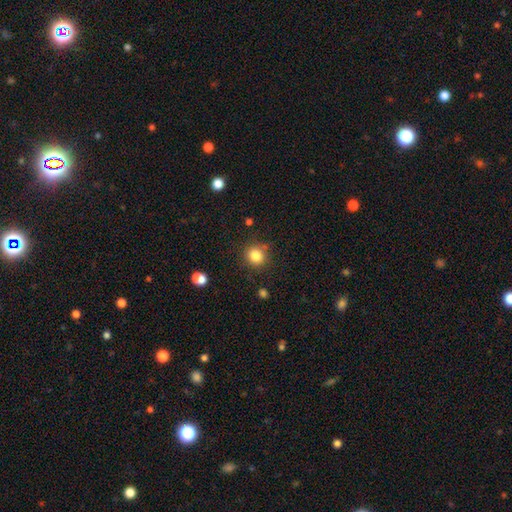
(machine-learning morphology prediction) Smooth or featured? Predicted: smooth (p=0.83). How rounded? Predicted: round (p=0.88). Merging? Predicted: none (p=0.83).